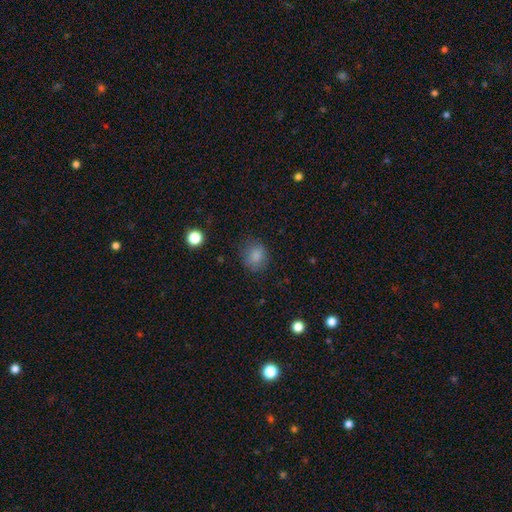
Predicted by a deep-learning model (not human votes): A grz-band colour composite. It shows a smooth galaxy with no disk features (83%) that is round (74%). Merging: none (78%).